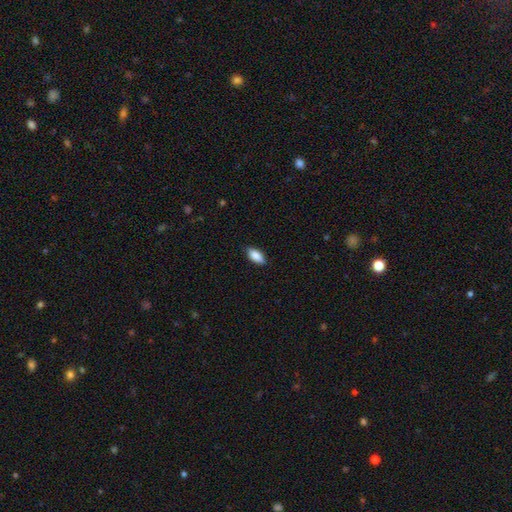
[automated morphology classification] The model was most divided on "merging": none: 87%, minor disturbance: 10%, major disturbance: 2%, merger: 1%. More confident: how rounded — in between (88%); smooth or featured — smooth (87%).